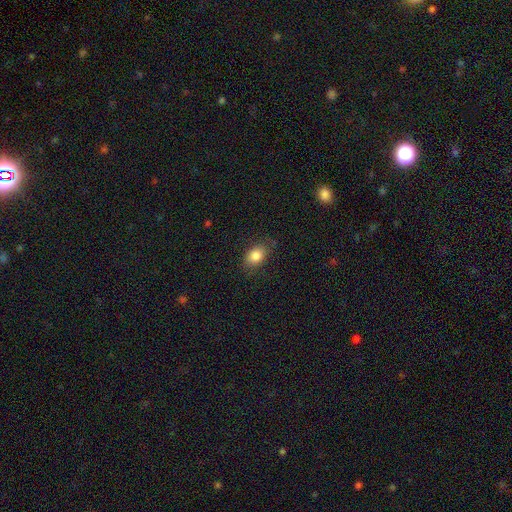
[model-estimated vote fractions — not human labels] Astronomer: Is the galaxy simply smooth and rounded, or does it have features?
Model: smooth — 85%.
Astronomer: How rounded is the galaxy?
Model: in between — 76%.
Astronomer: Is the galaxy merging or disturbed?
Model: none — 79%.